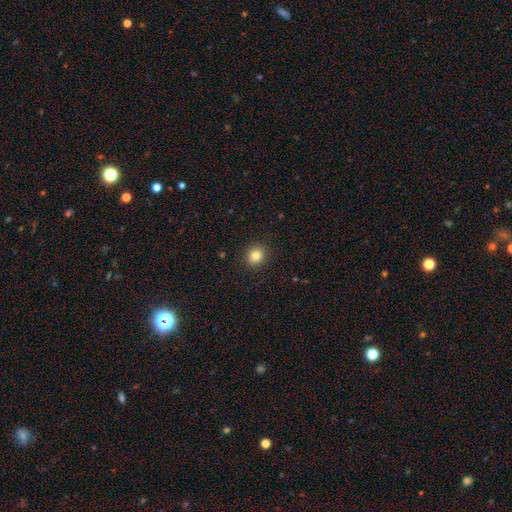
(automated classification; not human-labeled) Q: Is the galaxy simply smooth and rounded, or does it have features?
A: smooth — 83%.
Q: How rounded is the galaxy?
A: round — 87%.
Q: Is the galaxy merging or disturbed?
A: none — 91%.